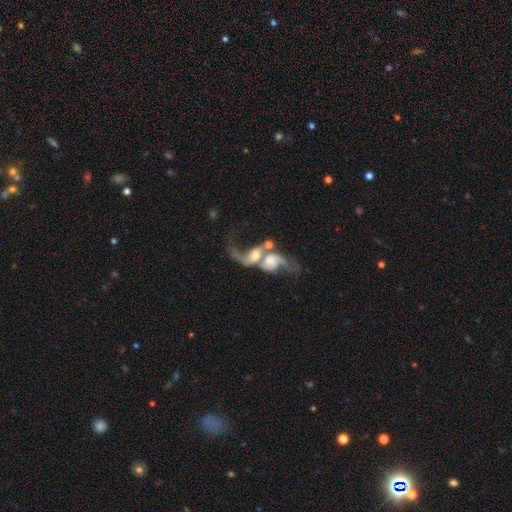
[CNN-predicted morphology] A featured or disk galaxy (73%) with no bar (61%), 2 (69%) loose (80%) spiral arms (83%) and a moderate central bulge (45%).

Vote fractions:
- Smooth or featured? featured or disk: 73% / smooth: 19% / star or artifact: 8%
- Edge-on disk? no: 95% / yes: 5%
- Bar? no: 61% / weak: 29% / strong: 10%
- Spiral arms? yes: 83% / no: 17%
- Spiral winding? loose: 80% / medium: 16% / tight: 4%
- Spiral arm count? 2: 69% / 1: 19% / can't tell: 7% / 3: 2% / 4: 1% / more than 4: 1%
- Bulge size? moderate: 45% / small: 22% / large: 19% / none: 10% / dominant: 4%
- Merging? merger: 74% / major disturbance: 12% / none: 10% / minor disturbance: 4%